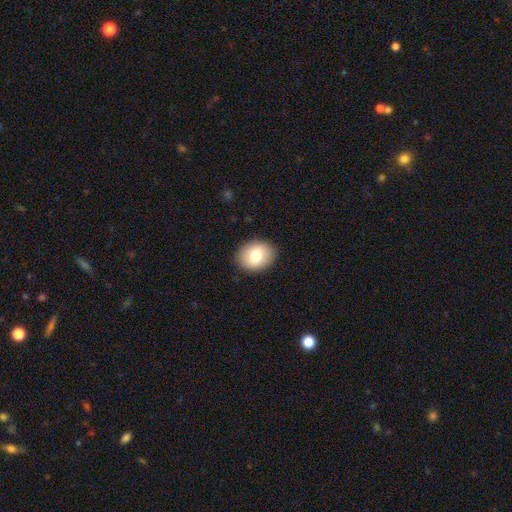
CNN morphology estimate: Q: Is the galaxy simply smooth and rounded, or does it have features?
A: smooth — 76%.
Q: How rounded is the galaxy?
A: in between — 58%.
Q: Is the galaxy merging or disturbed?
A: none — 89%.